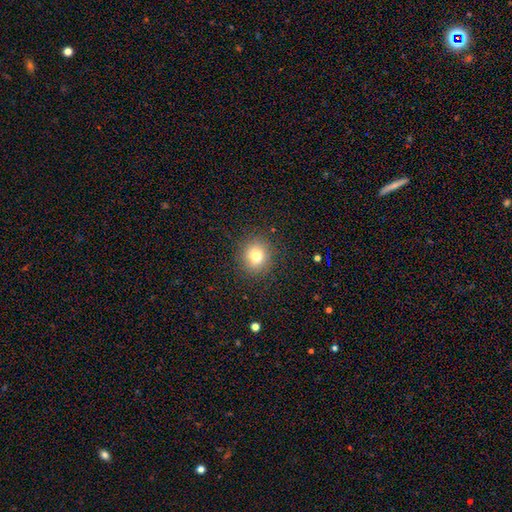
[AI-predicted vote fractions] A smooth galaxy with no disk features (76%) that is round (85%).

Vote fractions:
- Smooth or featured? smooth: 76% / star or artifact: 14% / featured or disk: 10%
- How rounded? round: 85% / in between: 14% / cigar-shaped: 1%
- Merging? none: 88% / minor disturbance: 8% / major disturbance: 3% / merger: 1%